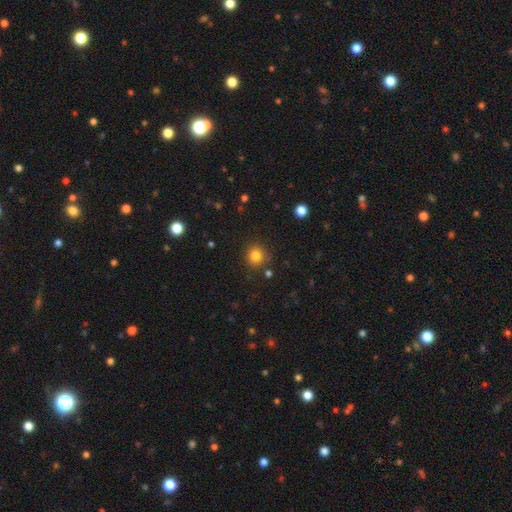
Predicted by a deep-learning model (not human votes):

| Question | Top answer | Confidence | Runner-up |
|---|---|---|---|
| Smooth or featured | smooth | 82% | star or artifact (12%) |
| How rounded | round | 91% | in between (8%) |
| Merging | none | 86% | minor disturbance (9%) |